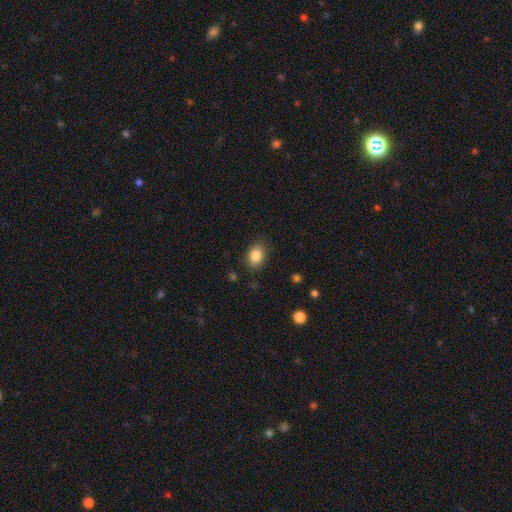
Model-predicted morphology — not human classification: This is clearly a smooth galaxy (85%). How rounded: likely in between (77%). Merging: clearly none (85%).